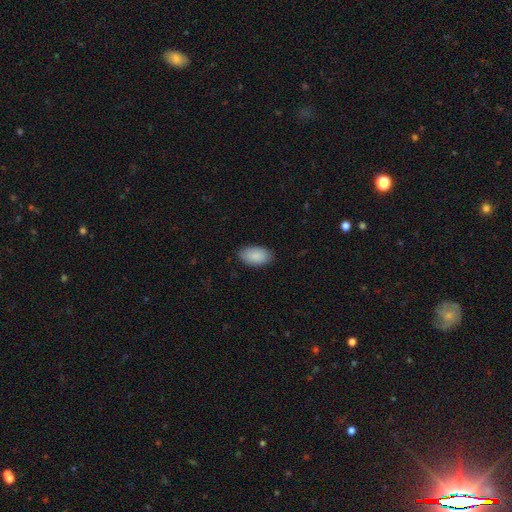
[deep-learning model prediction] smooth-or-featured: smooth: 89% | star or artifact: 6% | featured or disk: 5%
  how-rounded: in between: 95% | round: 3% | cigar-shaped: 2%
  merging: none: 85% | minor disturbance: 12% | major disturbance: 2% | merger: 1%